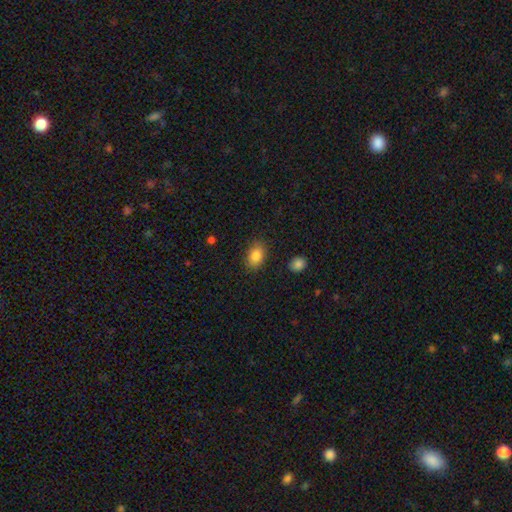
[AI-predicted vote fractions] Smooth or featured? smooth (85%)
How rounded? in between (86%)
Merging? none (84%)